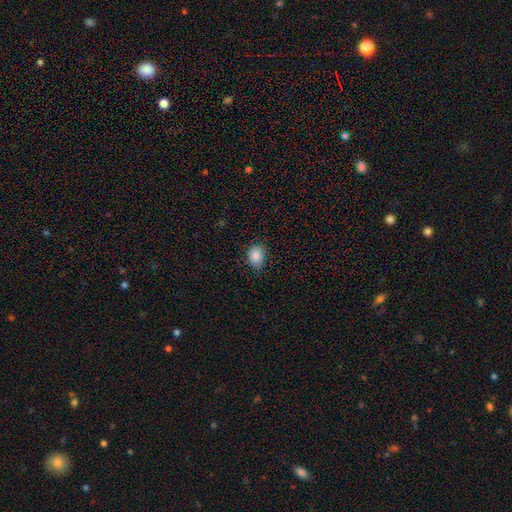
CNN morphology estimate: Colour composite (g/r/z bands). It shows a smooth galaxy with no disk features (85%) that is in between round and cigar-shaped (63%). Merging: none (80%).